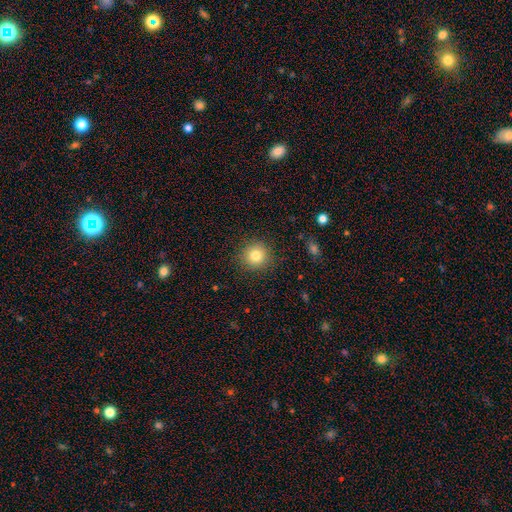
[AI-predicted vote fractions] Smooth or featured?
  - smooth: 81% *
  - star or artifact: 11%
  - featured or disk: 7%
How rounded?
  - round: 93% *
  - in between: 6%
  - cigar-shaped: 1%
Merging?
  - none: 90% *
  - minor disturbance: 7%
  - major disturbance: 2%
  - merger: 1%